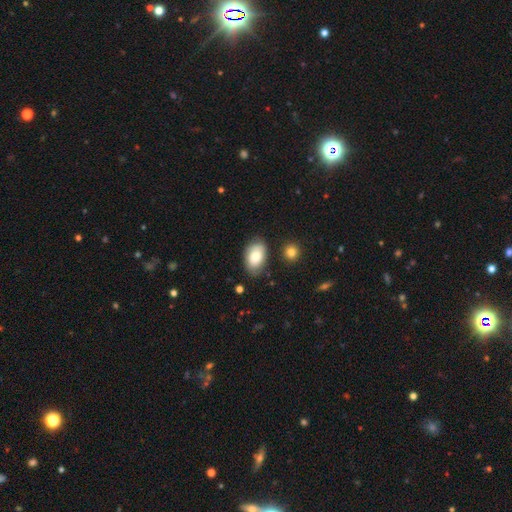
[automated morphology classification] smooth-or-featured: smooth: 78% | featured or disk: 15% | star or artifact: 7%
  how-rounded: in between: 91% | round: 8% | cigar-shaped: 1%
  merging: none: 75% | minor disturbance: 17% | major disturbance: 4% | merger: 4%